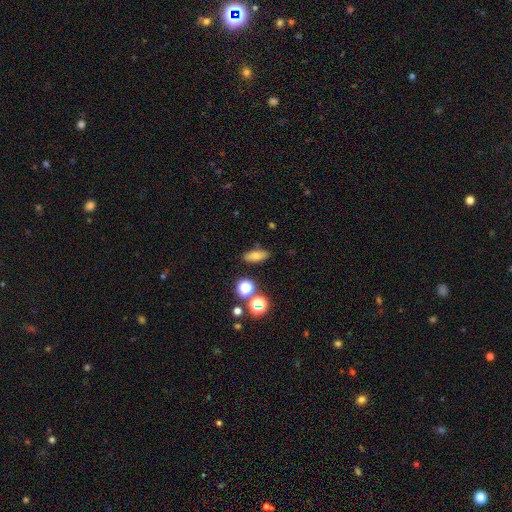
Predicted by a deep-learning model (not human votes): Overall: smooth (71%). How rounded: in between (69%). Merging: none (84%).